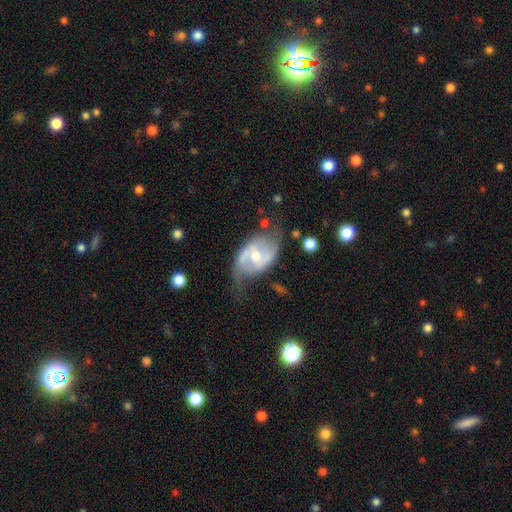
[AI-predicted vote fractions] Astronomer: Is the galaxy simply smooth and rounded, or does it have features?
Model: featured or disk — 80%.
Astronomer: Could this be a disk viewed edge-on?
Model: no — 96%.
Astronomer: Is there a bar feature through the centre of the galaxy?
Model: weak — 49% (runner-up: no, 31%).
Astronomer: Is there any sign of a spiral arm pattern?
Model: yes — 90%.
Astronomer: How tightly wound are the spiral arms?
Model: medium — 43% (runner-up: loose, 42%).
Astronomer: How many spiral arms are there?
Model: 2 — 86%.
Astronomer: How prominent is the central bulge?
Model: moderate — 61%.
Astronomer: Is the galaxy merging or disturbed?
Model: none — 52%.